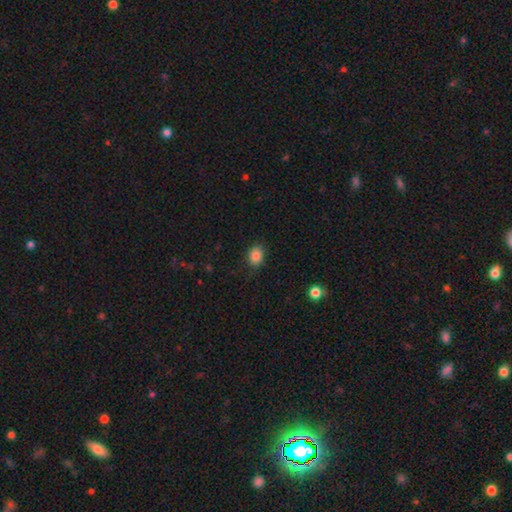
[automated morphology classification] Smooth or featured? smooth (85%)
How rounded? in between (63%)
Merging? none (83%)